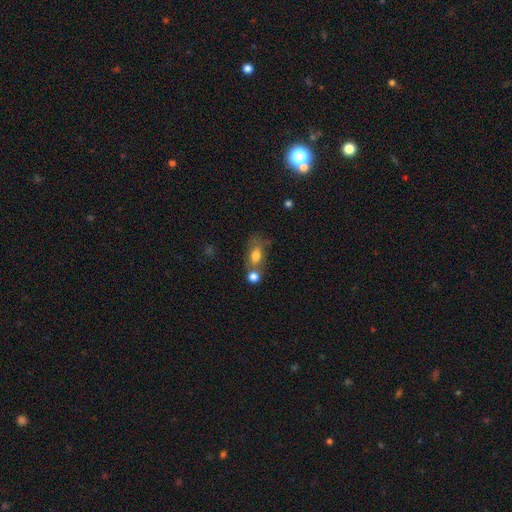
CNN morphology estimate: Smooth or featured: smooth — 75% (featured or disk — 15%)
How rounded: in between — 72% (round — 24%)
Merging: merger — 39% (none — 38%)